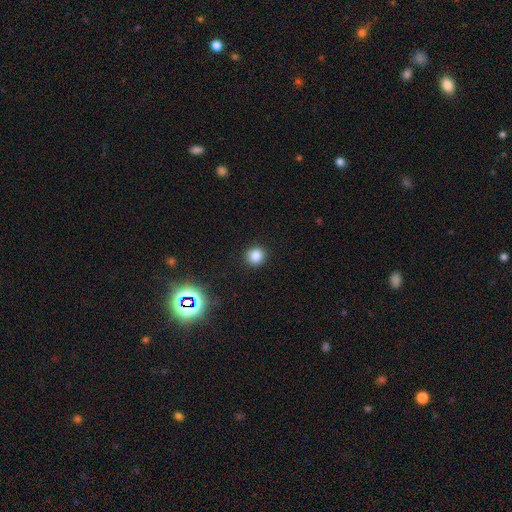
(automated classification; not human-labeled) Smooth or featured: smooth — 82% (star or artifact — 14%)
How rounded: round — 89% (in between — 10%)
Merging: none — 91% (minor disturbance — 6%)